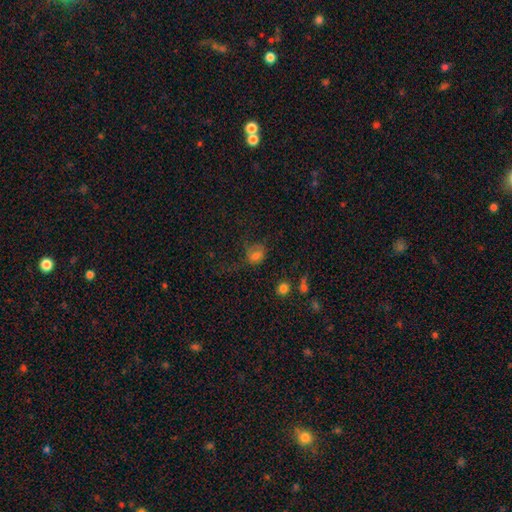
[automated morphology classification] Q: Smooth or featured?
A: smooth (62%); runner-up: star or artifact (19%)
Q: How rounded?
A: round (58%); runner-up: in between (41%)
Q: Merging?
A: none (40%); runner-up: major disturbance (33%)